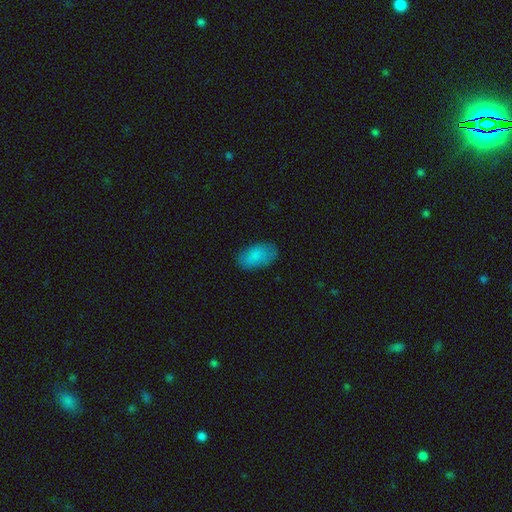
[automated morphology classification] A smooth galaxy with no disk features (86%) that is in between round and cigar-shaped (94%).

Vote fractions:
- Smooth or featured? smooth: 86% / featured or disk: 7% / star or artifact: 7%
- How rounded? in between: 94% / round: 4% / cigar-shaped: 2%
- Merging? none: 82% / minor disturbance: 13% / major disturbance: 3% / merger: 1%